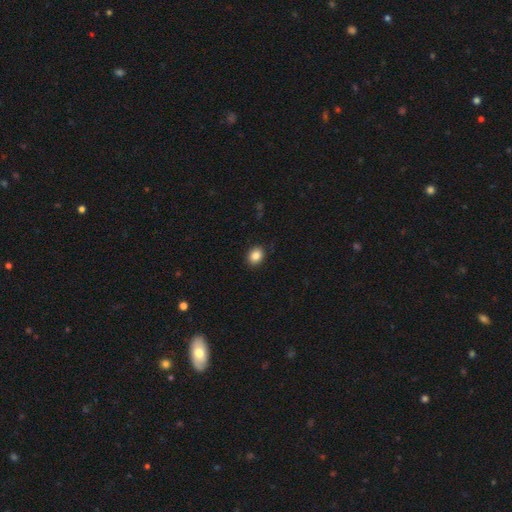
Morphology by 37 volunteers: Smooth or featured? smooth (89%)
How rounded? round (55%)
Merging? none (86%)